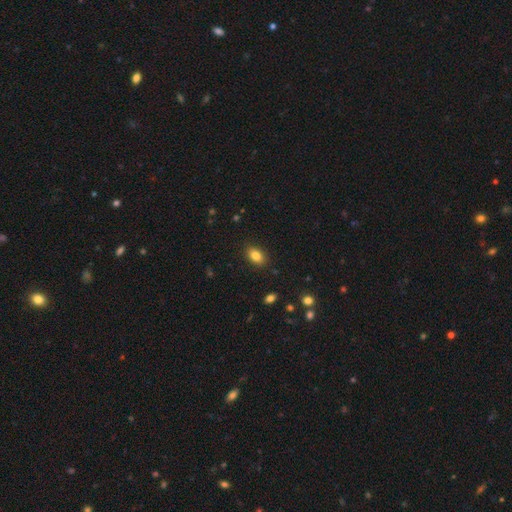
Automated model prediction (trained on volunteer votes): Morphology: type=smooth (84%); roundness=in between (84%); merging=none (87%).